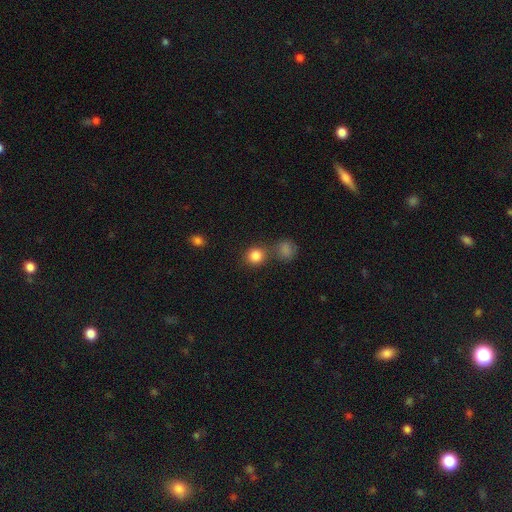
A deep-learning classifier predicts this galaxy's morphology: Smooth or featured: smooth — 84% (star or artifact — 11%)
How rounded: round — 88% (in between — 11%)
Merging: none — 67% (merger — 21%)